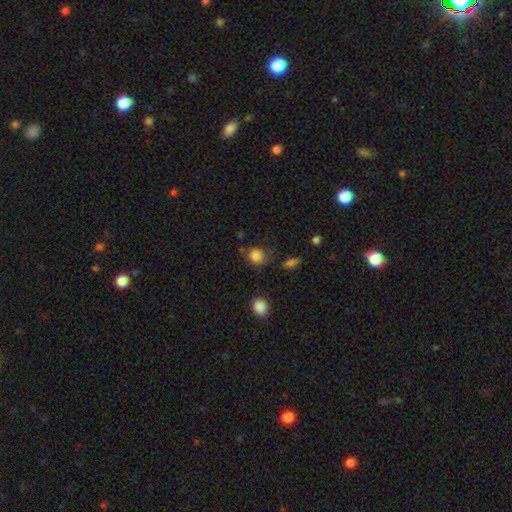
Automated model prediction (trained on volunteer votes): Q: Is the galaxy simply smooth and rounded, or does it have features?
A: smooth — 83%.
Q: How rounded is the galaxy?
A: round — 67%.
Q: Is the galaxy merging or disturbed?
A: none — 64%.